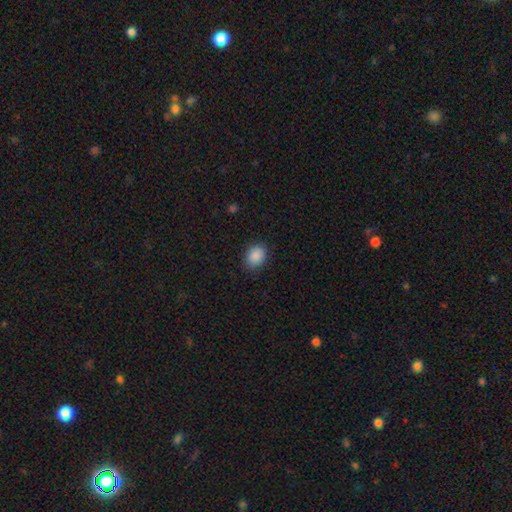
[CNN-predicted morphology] Smooth or featured?
  - smooth: 89% *
  - star or artifact: 8%
  - featured or disk: 4%
How rounded?
  - in between: 64% *
  - round: 35%
  - cigar-shaped: 1%
Merging?
  - none: 85% *
  - minor disturbance: 11%
  - major disturbance: 3%
  - merger: 1%